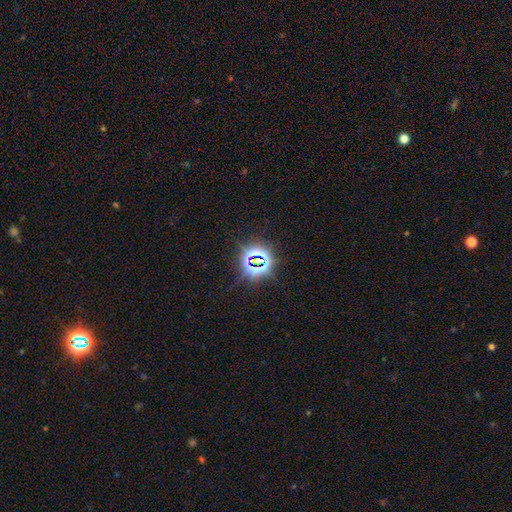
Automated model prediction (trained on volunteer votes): Smooth or featured?
  - star or artifact: 78% *
  - smooth: 14%
  - featured or disk: 7%